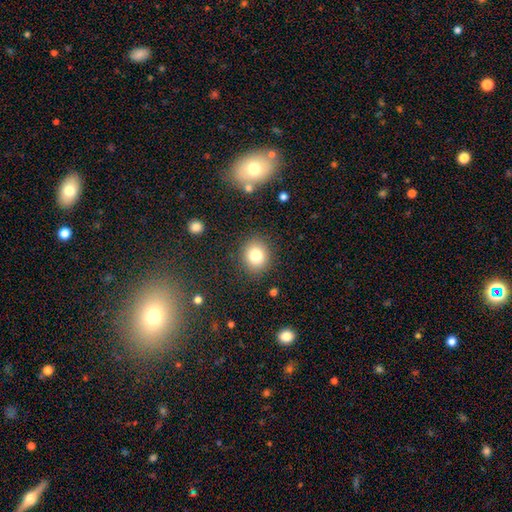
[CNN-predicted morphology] smooth-or-featured: smooth: 80% | star or artifact: 11% | featured or disk: 9%
  how-rounded: round: 76% | in between: 23% | cigar-shaped: 1%
  merging: none: 87% | minor disturbance: 8% | major disturbance: 3% | merger: 2%